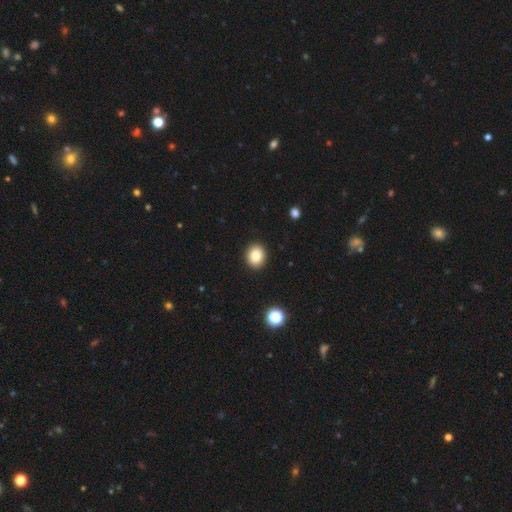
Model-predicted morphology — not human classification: Q: Smooth or featured?
A: smooth (83%); runner-up: star or artifact (10%)
Q: How rounded?
A: round (60%); runner-up: in between (39%)
Q: Merging?
A: none (91%); runner-up: minor disturbance (6%)